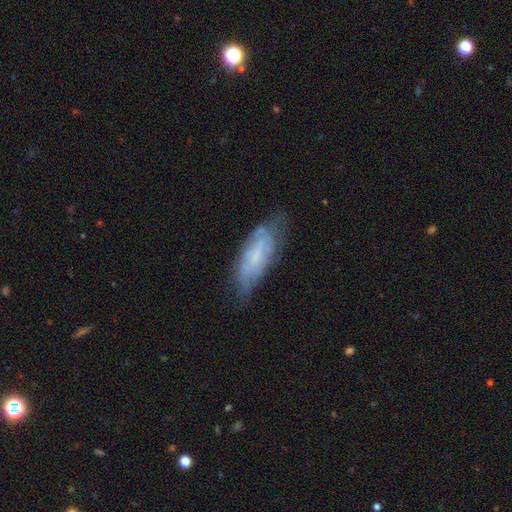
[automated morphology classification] This is possibly a featured or disk galaxy (47%). Merging: possibly none (57%).